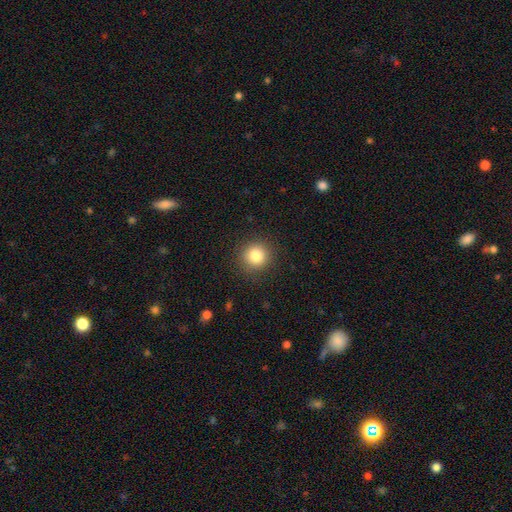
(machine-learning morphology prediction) Smooth or featured?
  - smooth: 84% *
  - star or artifact: 11%
  - featured or disk: 6%
How rounded?
  - round: 94% *
  - in between: 5%
  - cigar-shaped: 1%
Merging?
  - none: 90% *
  - minor disturbance: 6%
  - major disturbance: 2%
  - merger: 1%